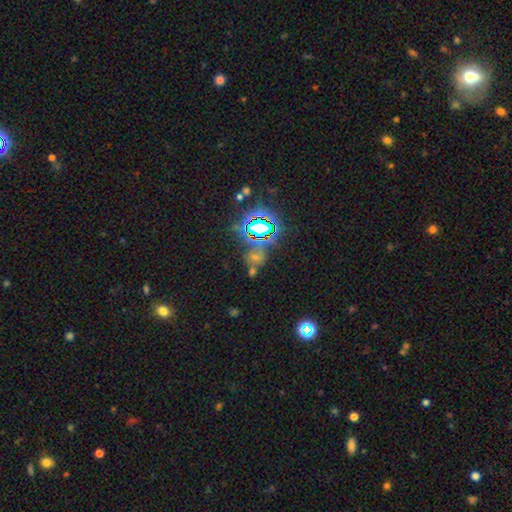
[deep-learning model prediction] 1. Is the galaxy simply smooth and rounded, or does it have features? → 60% star or artifact, 29% smooth, 11% featured or disk.